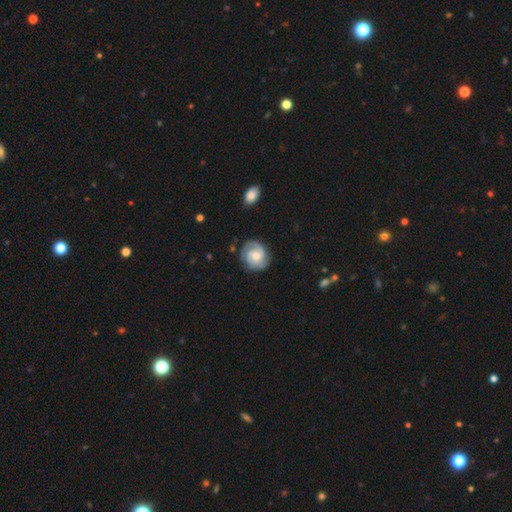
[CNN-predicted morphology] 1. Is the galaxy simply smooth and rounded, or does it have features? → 76% featured or disk, 18% smooth, 6% star or artifact.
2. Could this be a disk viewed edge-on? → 98% no, 2% yes.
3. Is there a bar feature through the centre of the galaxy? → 56% no, 38% weak, 6% strong.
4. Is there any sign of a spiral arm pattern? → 96% yes, 4% no.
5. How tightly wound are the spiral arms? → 54% tight, 36% medium, 9% loose.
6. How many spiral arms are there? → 51% 2, 24% 3, 14% can't tell, 4% 1, 3% 4, 3% more than 4.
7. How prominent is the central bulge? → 50% moderate, 35% small, 8% large, 6% none, 1% dominant.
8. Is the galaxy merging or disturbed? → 78% none, 15% minor disturbance, 5% major disturbance, 2% merger.